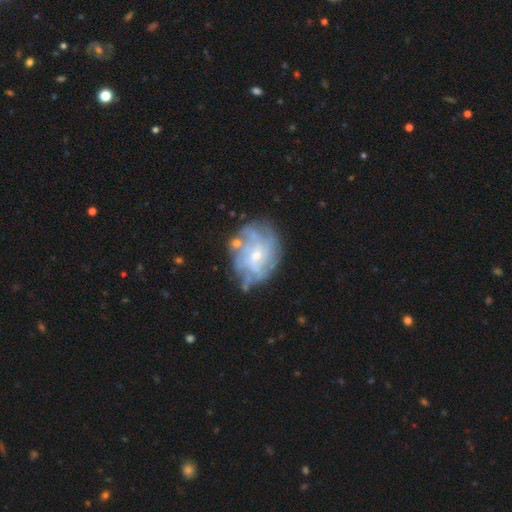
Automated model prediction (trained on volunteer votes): Smooth or featured? featured or disk (74%)
Edge-on disk? no (97%)
Bar? no (66%)
Spiral arms? yes (71%)
Spiral winding? tight (50%)
Spiral arm count? can't tell (55%)
Bulge size? small (65%)
Merging? none (60%)